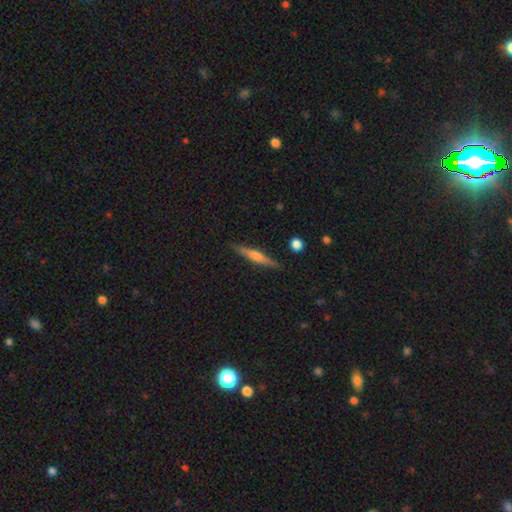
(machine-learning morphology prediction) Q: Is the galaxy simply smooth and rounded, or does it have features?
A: featured or disk — 59%.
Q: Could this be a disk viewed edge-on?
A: yes — 97%.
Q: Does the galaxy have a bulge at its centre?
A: rounded — 66%.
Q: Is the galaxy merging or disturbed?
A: none — 89%.